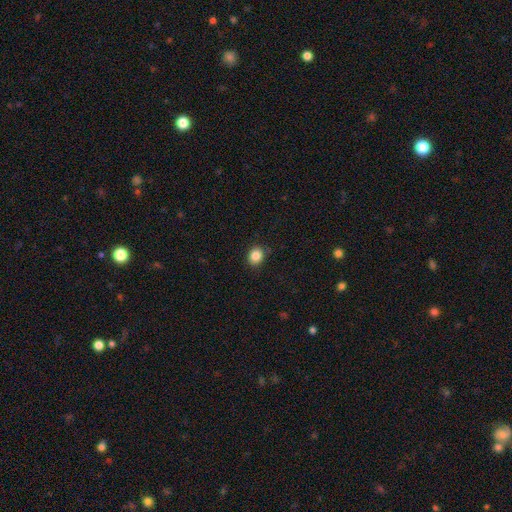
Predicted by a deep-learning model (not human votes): This appears to be a smooth galaxy with no disk features (85%) that is round (67%). Merging: none (88%).